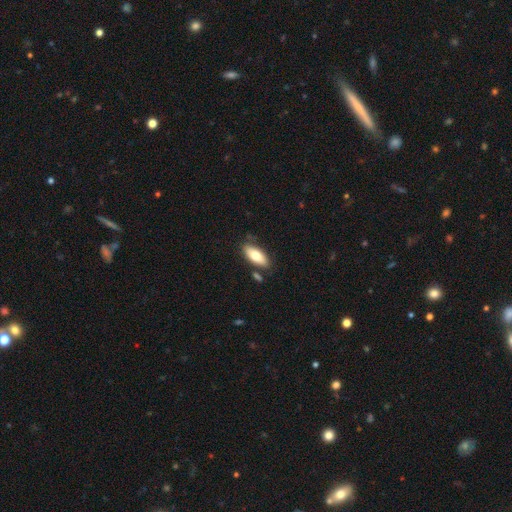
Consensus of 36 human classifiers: This appears to be a smooth galaxy with no disk features (92%) that is in between round and cigar-shaped (88%). Merging: none (65%).